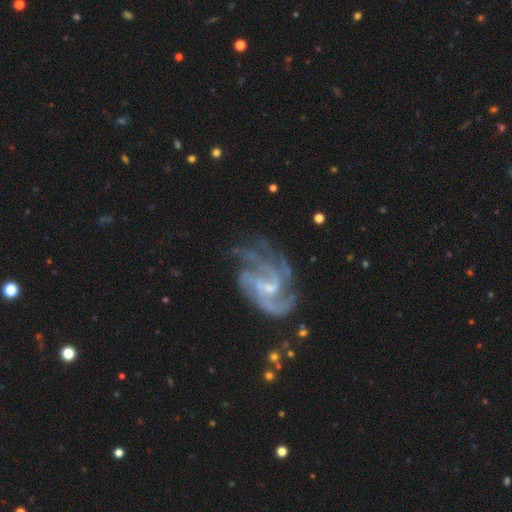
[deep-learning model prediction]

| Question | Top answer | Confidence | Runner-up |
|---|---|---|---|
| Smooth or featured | featured or disk | 80% | star or artifact (13%) |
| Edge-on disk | no | 97% | yes (3%) |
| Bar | weak | 47% | no (32%) |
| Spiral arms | yes | 94% | no (6%) |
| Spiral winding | medium | 46% | tight (35%) |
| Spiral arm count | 3 | 24% | 2 (23%) |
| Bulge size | small | 62% | moderate (27%) |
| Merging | none | 59% | major disturbance (19%) |